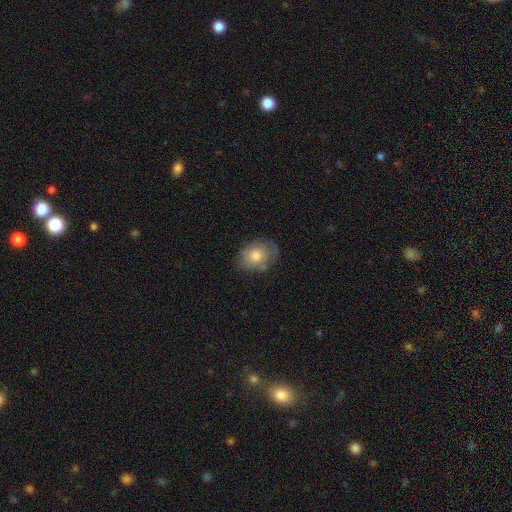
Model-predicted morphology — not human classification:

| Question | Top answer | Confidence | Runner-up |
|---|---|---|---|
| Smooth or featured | smooth | 75% | featured or disk (17%) |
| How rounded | in between | 63% | round (36%) |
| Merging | none | 75% | minor disturbance (19%) |